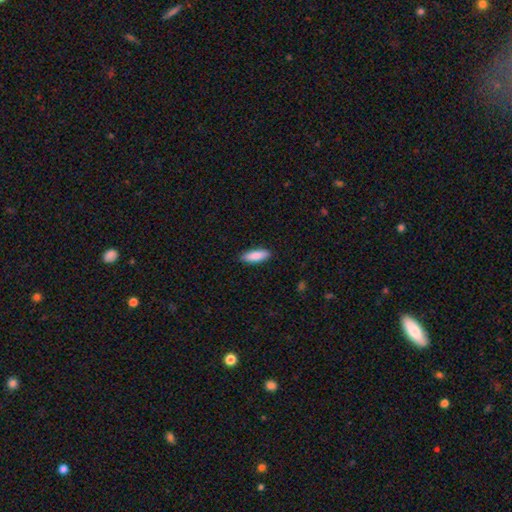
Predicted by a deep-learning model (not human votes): Q: Smooth or featured?
A: smooth (88%); runner-up: featured or disk (6%)
Q: How rounded?
A: in between (62%); runner-up: cigar-shaped (37%)
Q: Merging?
A: none (89%); runner-up: minor disturbance (8%)